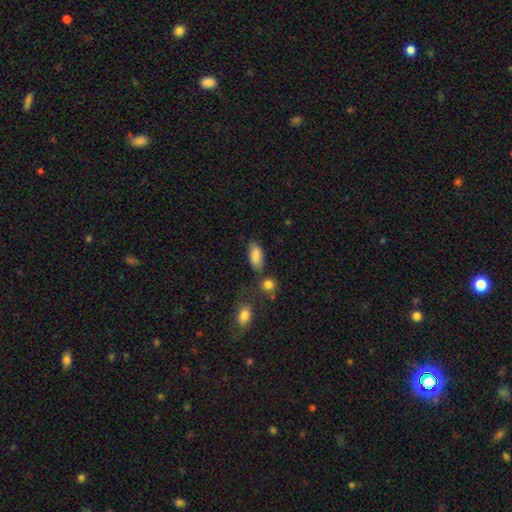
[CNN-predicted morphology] Smooth or featured: smooth — 86% (star or artifact — 7%)
How rounded: in between — 92% (cigar-shaped — 4%)
Merging: none — 65% (minor disturbance — 21%)